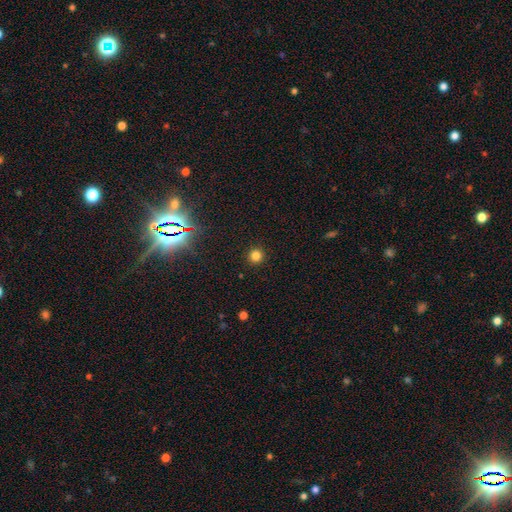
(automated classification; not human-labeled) A smooth galaxy with no disk features (80%) that is round (95%). Merging: none (92%).